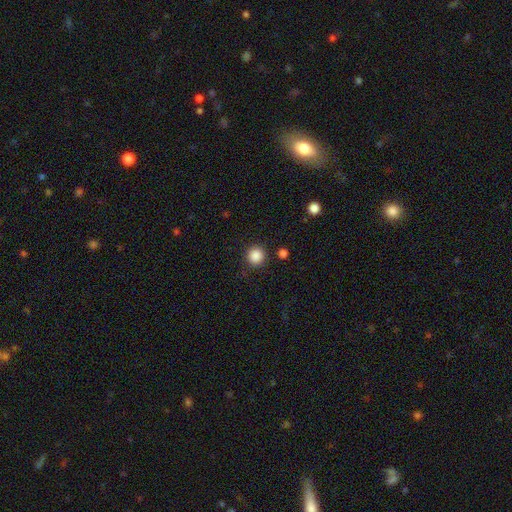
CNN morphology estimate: The model was most divided on "smooth or featured": smooth: 87%, star or artifact: 10%, featured or disk: 3%. More confident: how rounded — round (94%); merging — none (89%).